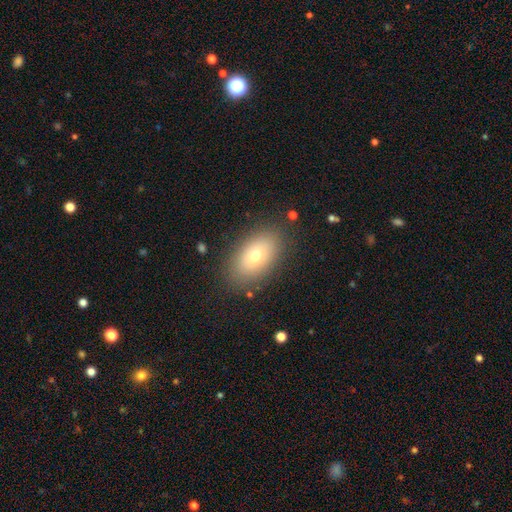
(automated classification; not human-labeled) This is likely a smooth galaxy (70%). How rounded: clearly in between (89%). Merging: clearly none (85%).